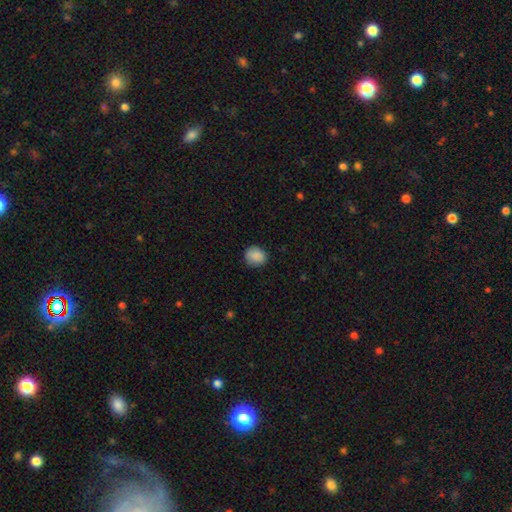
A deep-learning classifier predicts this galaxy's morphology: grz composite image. It shows a smooth galaxy with no disk features (88%) that is round (70%). Merging: none (84%).